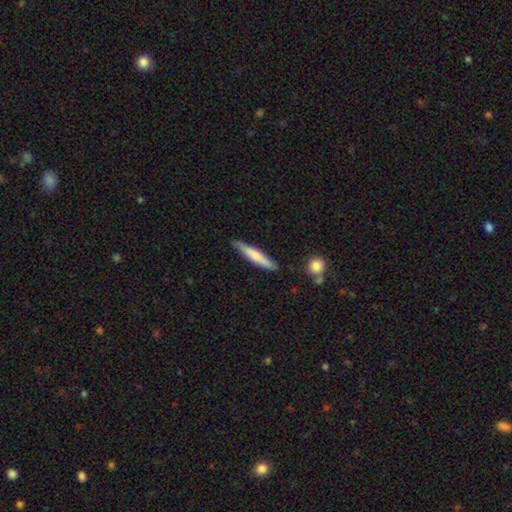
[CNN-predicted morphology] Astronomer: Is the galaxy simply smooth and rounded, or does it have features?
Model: smooth — 69%.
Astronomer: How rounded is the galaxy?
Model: cigar-shaped — 90%.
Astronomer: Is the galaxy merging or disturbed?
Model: none — 81%.